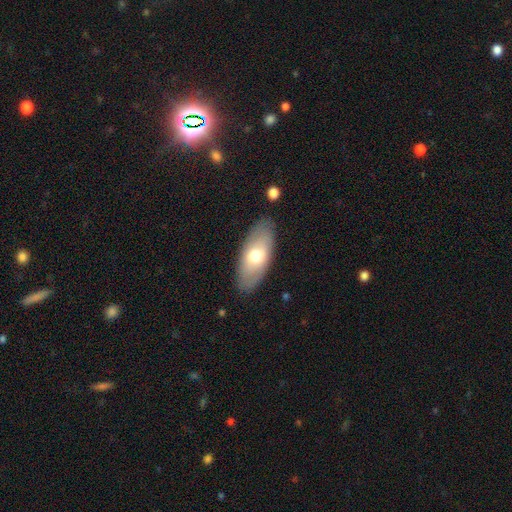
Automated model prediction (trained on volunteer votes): Morphology: type=smooth (62%); roundness=in between (88%); merging=none (85%).